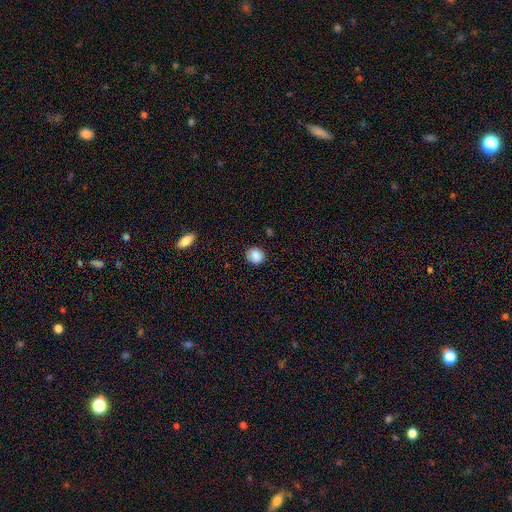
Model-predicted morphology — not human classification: Overall: smooth (87%). How rounded: round (81%). Merging: none (84%).